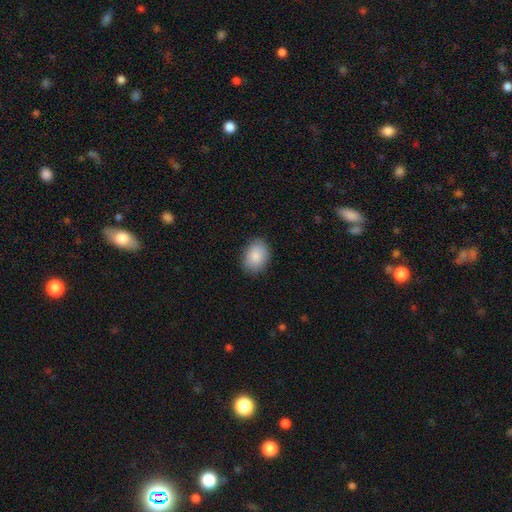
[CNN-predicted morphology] This is clearly a smooth galaxy (88%). How rounded: likely in between (78%). Merging: clearly none (84%).